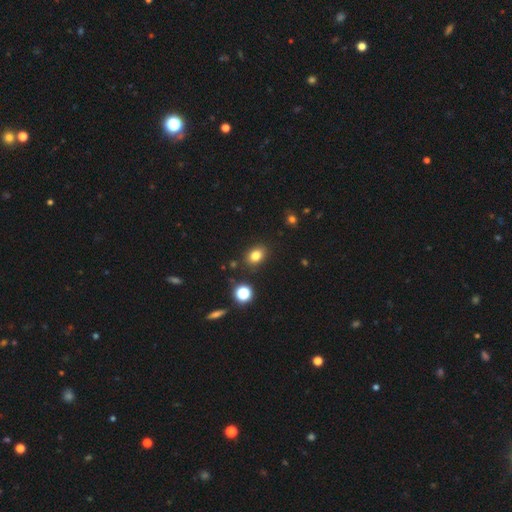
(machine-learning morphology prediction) type=smooth (80%); roundness=in between (65%); merging=none (86%).